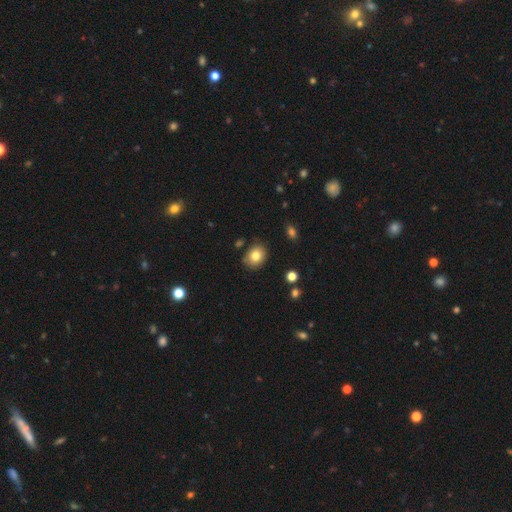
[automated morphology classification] A smooth galaxy with no disk features (79%) that is round (56%). Merging: none (81%).